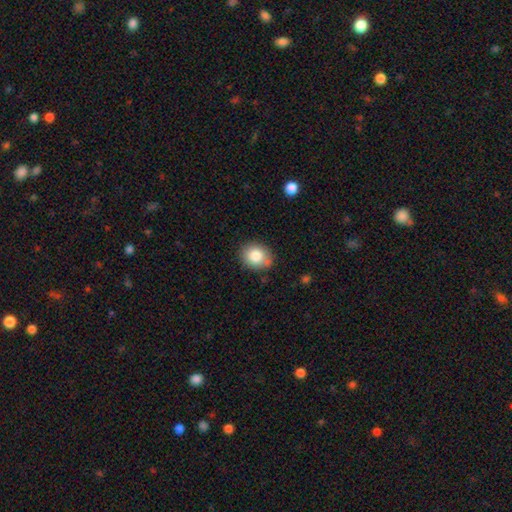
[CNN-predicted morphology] smooth_or_featured: smooth (p=0.83) [alt: star or artifact p=0.09]
how_rounded: round (p=0.59) [alt: in between p=0.40]
merging: none (p=0.79) [alt: minor disturbance p=0.14]